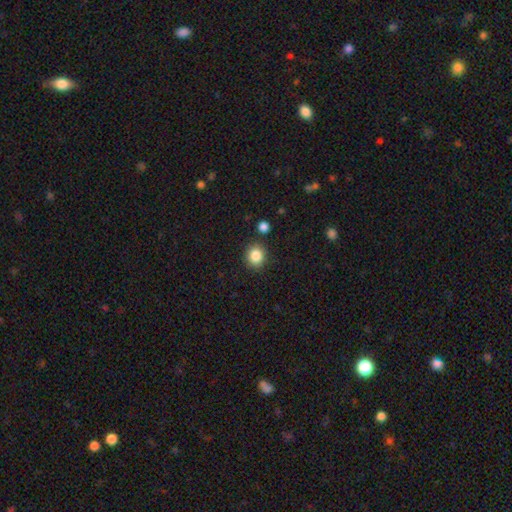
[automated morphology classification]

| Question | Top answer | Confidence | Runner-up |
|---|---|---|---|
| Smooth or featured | smooth | 86% | star or artifact (10%) |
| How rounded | round | 81% | in between (18%) |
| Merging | none | 87% | minor disturbance (8%) |